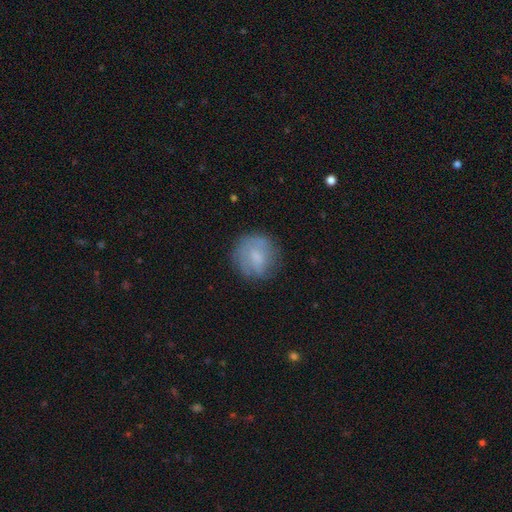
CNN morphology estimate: type=smooth (65%); roundness=round (88%); merging=none (74%).